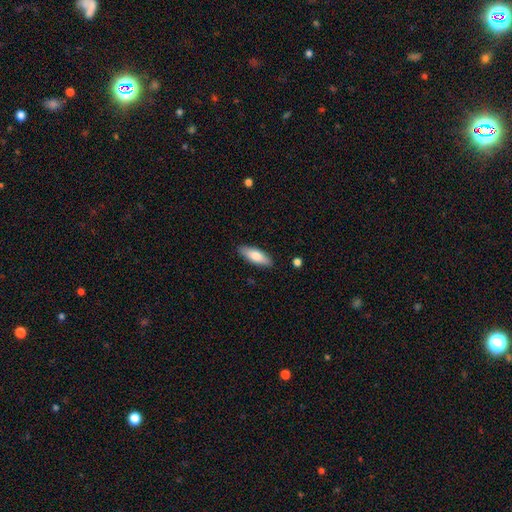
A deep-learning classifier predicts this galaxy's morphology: This is likely a smooth galaxy (77%). How rounded: likely in between (63%). Merging: clearly none (88%).